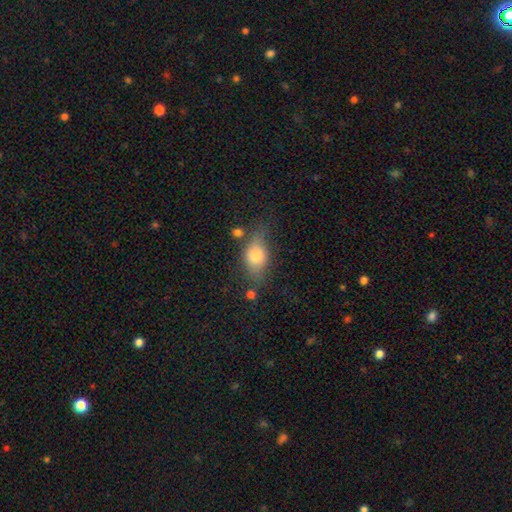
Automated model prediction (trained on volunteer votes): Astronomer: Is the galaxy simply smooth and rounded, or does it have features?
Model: smooth — 69%.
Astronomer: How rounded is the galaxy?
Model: in between — 76%.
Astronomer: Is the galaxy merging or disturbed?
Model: none — 54%.